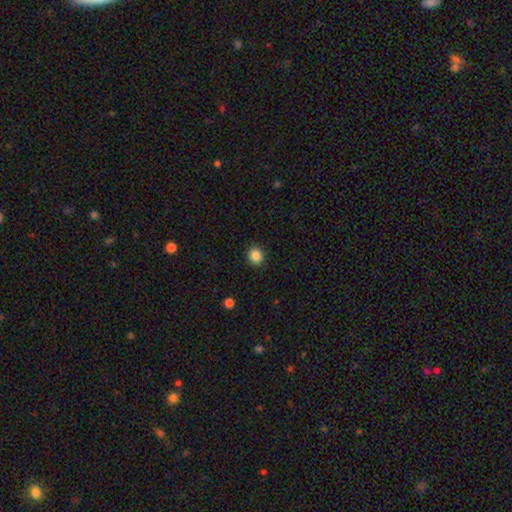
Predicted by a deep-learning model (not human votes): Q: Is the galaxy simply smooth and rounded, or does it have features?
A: smooth — 86%.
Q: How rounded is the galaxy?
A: round — 87%.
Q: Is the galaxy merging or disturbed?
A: none — 92%.